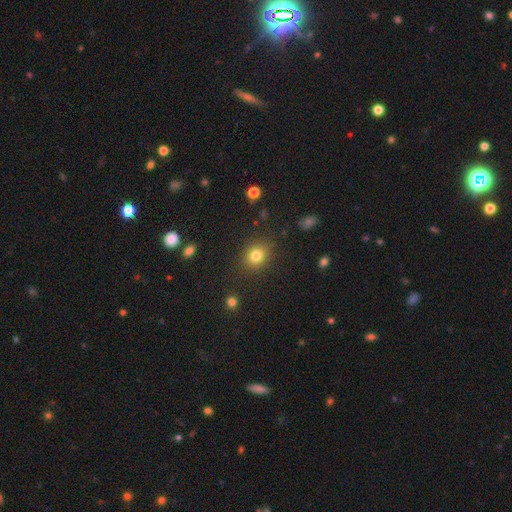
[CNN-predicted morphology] Q: Smooth or featured?
A: smooth (81%); runner-up: star or artifact (12%)
Q: How rounded?
A: round (69%); runner-up: in between (30%)
Q: Merging?
A: none (86%); runner-up: minor disturbance (9%)